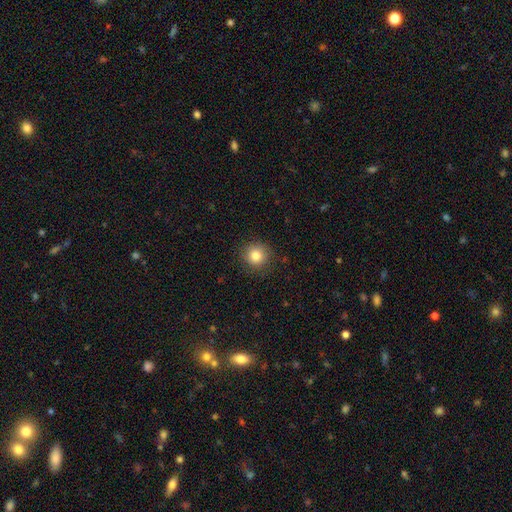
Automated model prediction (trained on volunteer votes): smooth_or_featured: smooth (p=0.83) [alt: star or artifact p=0.11]
how_rounded: round (p=0.93) [alt: in between p=0.06]
merging: none (p=0.89) [alt: minor disturbance p=0.08]